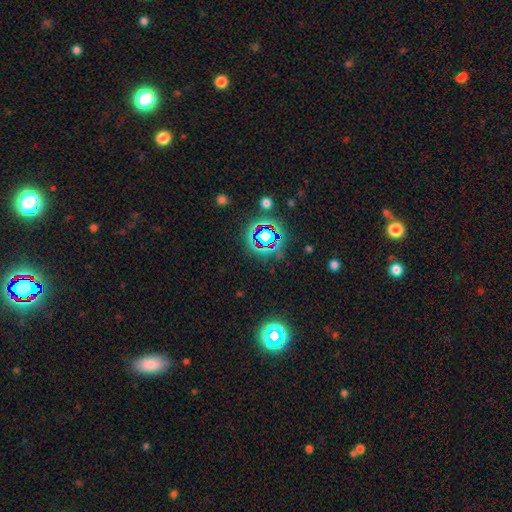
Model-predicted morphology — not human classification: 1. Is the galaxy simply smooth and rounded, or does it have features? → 67% star or artifact, 21% smooth, 12% featured or disk.